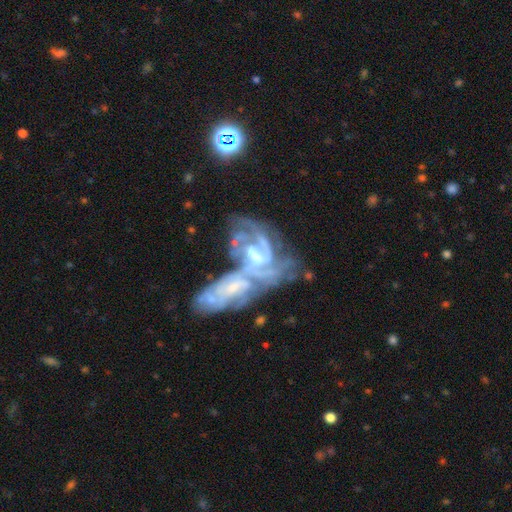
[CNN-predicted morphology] Overall: featured or disk (85%). Edge-on disk: no (96%). Bar: weak (44%; no 32%). Spiral arms: yes (91%). Spiral arm count: can't tell (33%; 2 26%). Spiral winding: tight (45%; medium 42%). Bulge size: moderate (42%; small 38%). Merging: merger (72%).